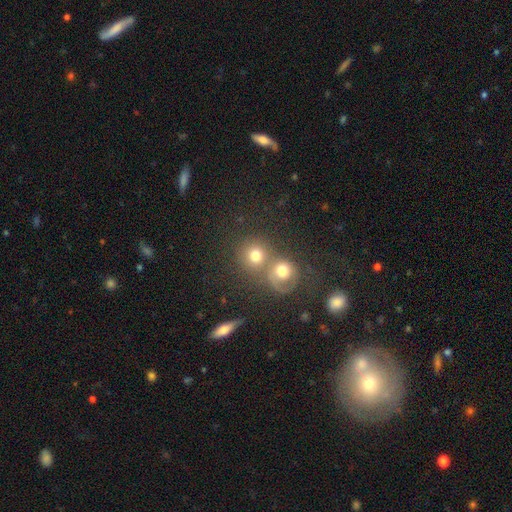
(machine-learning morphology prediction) smooth-or-featured: smooth: 73% | featured or disk: 15% | star or artifact: 12%
  how-rounded: round: 86% | in between: 13% | cigar-shaped: 1%
  merging: none: 47% | merger: 41% | minor disturbance: 8% | major disturbance: 5%